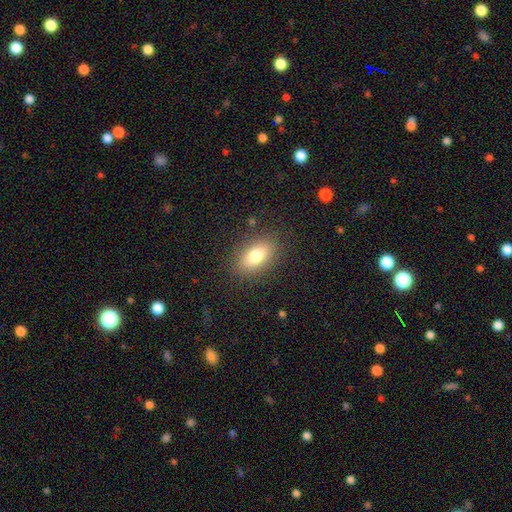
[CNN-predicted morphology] Q: Smooth or featured?
A: smooth (77%); runner-up: featured or disk (14%)
Q: How rounded?
A: in between (87%); runner-up: round (8%)
Q: Merging?
A: none (85%); runner-up: minor disturbance (10%)